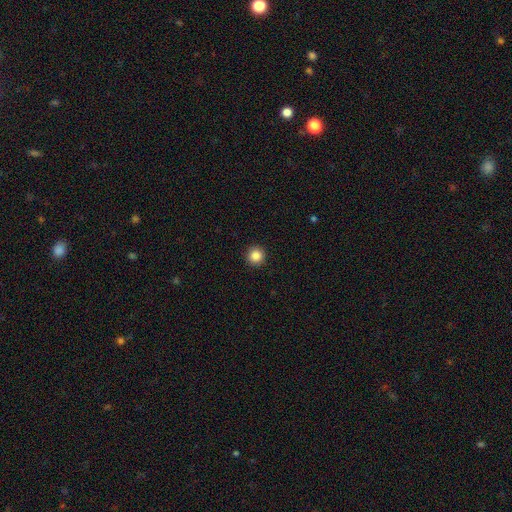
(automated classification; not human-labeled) A smooth galaxy with no disk features (86%) that is round (96%). Merging: none (93%).